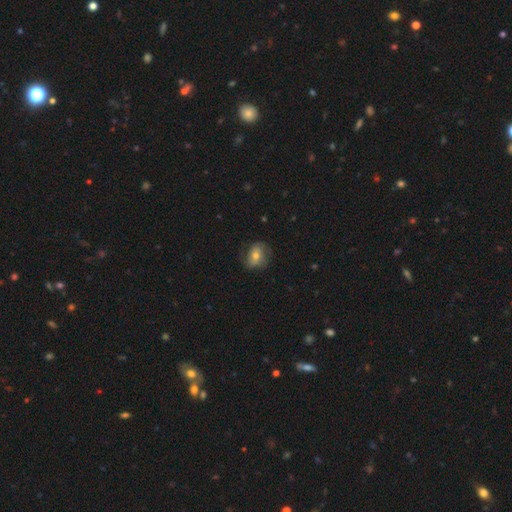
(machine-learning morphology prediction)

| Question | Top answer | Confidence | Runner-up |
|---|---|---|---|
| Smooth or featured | smooth | 55% | featured or disk (36%) |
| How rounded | in between | 57% | round (42%) |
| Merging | none | 66% | minor disturbance (23%) |